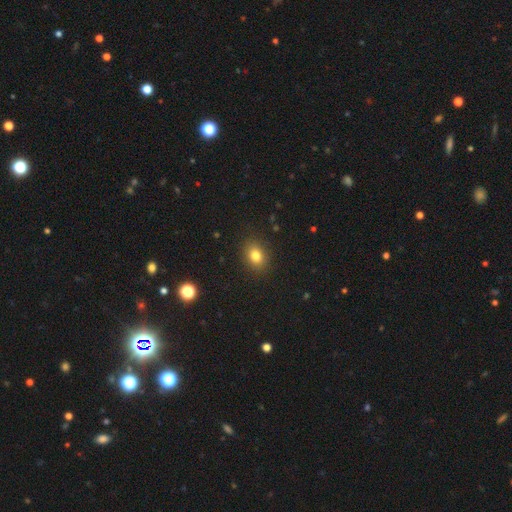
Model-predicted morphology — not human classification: The model was most divided on "how rounded": in between: 54%, round: 45%, cigar-shaped: 1%. More confident: merging — none (89%); smooth or featured — smooth (81%).